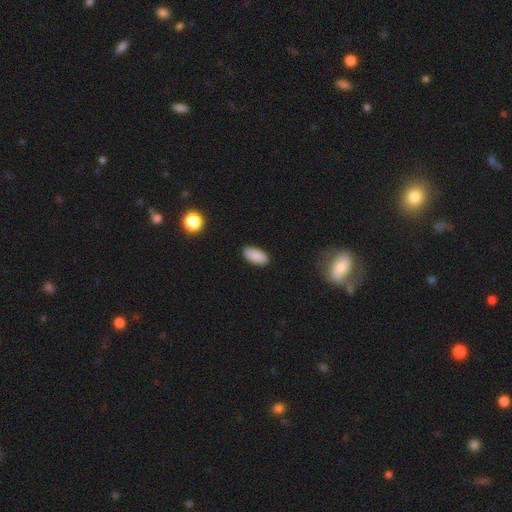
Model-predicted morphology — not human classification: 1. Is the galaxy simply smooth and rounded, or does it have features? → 89% smooth, 7% star or artifact, 3% featured or disk.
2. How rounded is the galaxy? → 93% in between, 4% cigar-shaped, 2% round.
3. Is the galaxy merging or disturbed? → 89% none, 8% minor disturbance, 2% major disturbance, 1% merger.